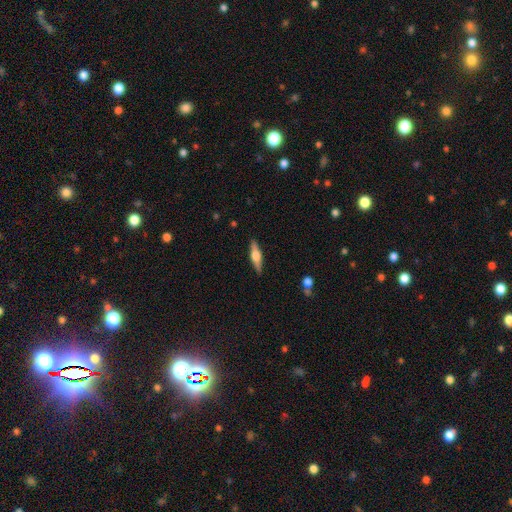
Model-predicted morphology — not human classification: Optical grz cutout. It shows a featured or disk galaxy (63%) viewed edge-on (97%) with a rounded central bulge (91%). Merging: none (90%).